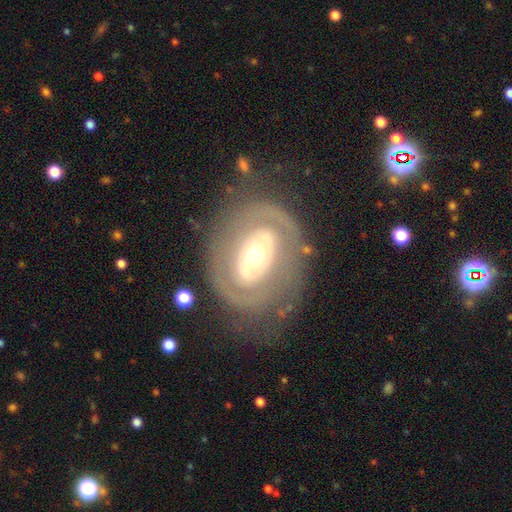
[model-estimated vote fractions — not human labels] This appears to be a featured or disk galaxy (78%) with no bar (56%), 2 (53%) tight (61%) spiral arms (69%) and a moderate central bulge (57%). Merging: none (73%).